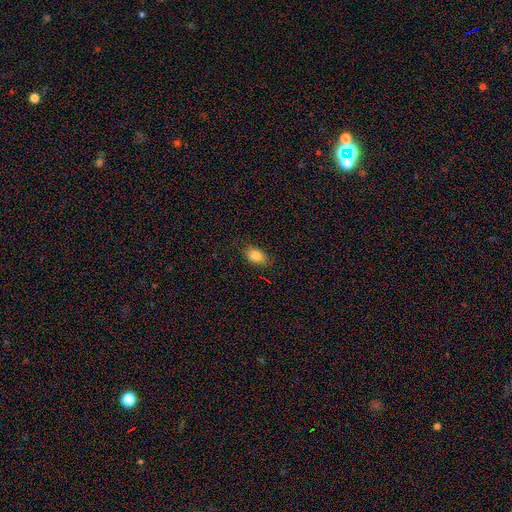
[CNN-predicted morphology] Smooth or featured?
  - smooth: 83% *
  - star or artifact: 9%
  - featured or disk: 8%
How rounded?
  - in between: 85% *
  - round: 13%
  - cigar-shaped: 2%
Merging?
  - none: 79% *
  - minor disturbance: 16%
  - major disturbance: 4%
  - merger: 1%